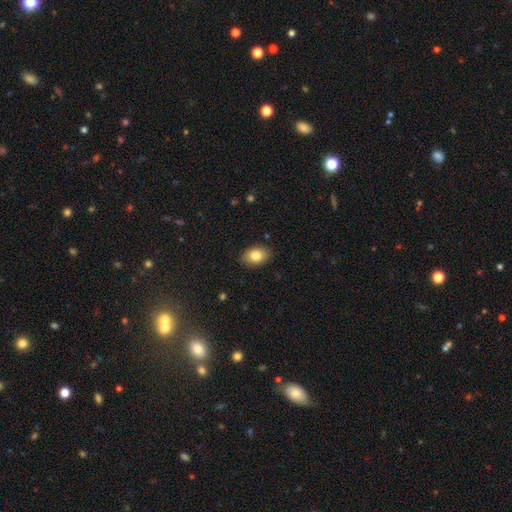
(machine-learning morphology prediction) Smooth or featured: smooth — 82% (featured or disk — 10%)
How rounded: in between — 83% (round — 16%)
Merging: none — 88% (minor disturbance — 9%)